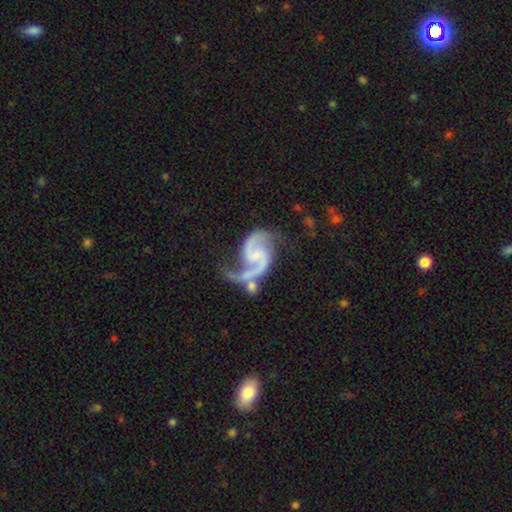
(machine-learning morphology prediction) Smooth or featured?
  - featured or disk: 92% *
  - star or artifact: 4%
  - smooth: 3%
Edge-on disk?
  - no: 98% *
  - yes: 2%
Bar?
  - weak: 46% *
  - no: 38%
  - strong: 16%
Spiral arms?
  - yes: 98% *
  - no: 2%
Spiral winding?
  - medium: 52% *
  - loose: 37%
  - tight: 11%
Spiral arm count?
  - 2: 92% *
  - 1: 3%
  - can't tell: 2%
  - 3: 1%
  - 4: 1%
  - more than 4: 1%
Bulge size?
  - small: 49% *
  - none: 35%
  - moderate: 14%
  - large: 2%
  - dominant: 1%
Merging?
  - none: 47% *
  - minor disturbance: 21%
  - major disturbance: 17%
  - merger: 15%